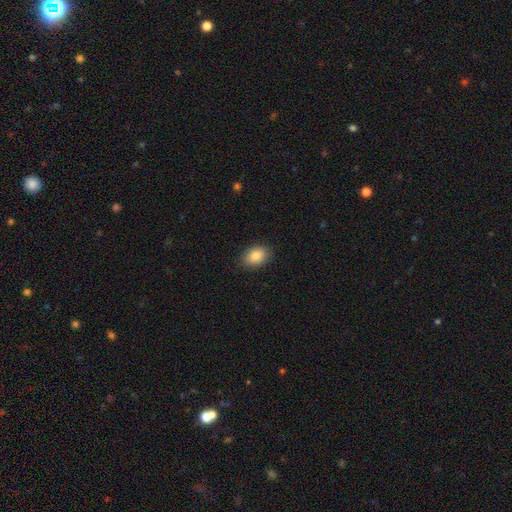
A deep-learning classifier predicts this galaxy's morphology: type=smooth (86%); roundness=in between (84%); merging=none (87%).